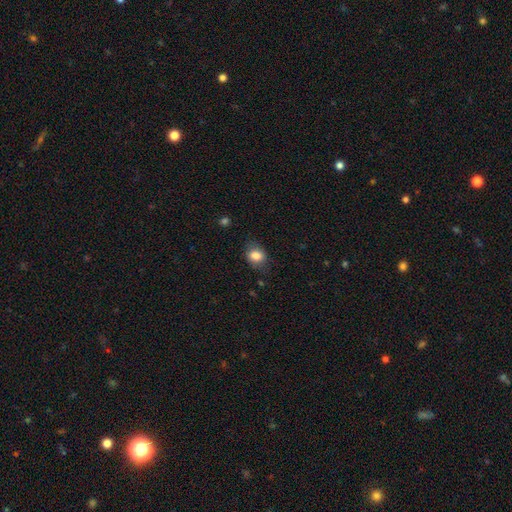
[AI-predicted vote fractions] This is clearly a smooth galaxy (82%). How rounded: likely in between (61%). Merging: likely none (75%).